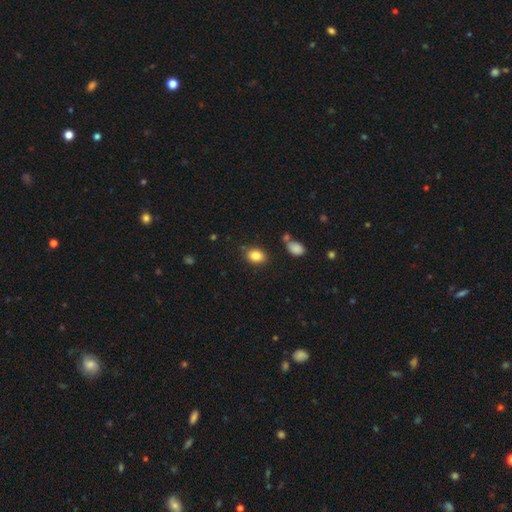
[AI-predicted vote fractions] A smooth galaxy with no disk features (84%) that is in between round and cigar-shaped (71%).

Vote fractions:
- Smooth or featured? smooth: 84% / star or artifact: 9% / featured or disk: 6%
- How rounded? in between: 71% / round: 28% / cigar-shaped: 1%
- Merging? none: 80% / minor disturbance: 13% / merger: 4% / major disturbance: 3%